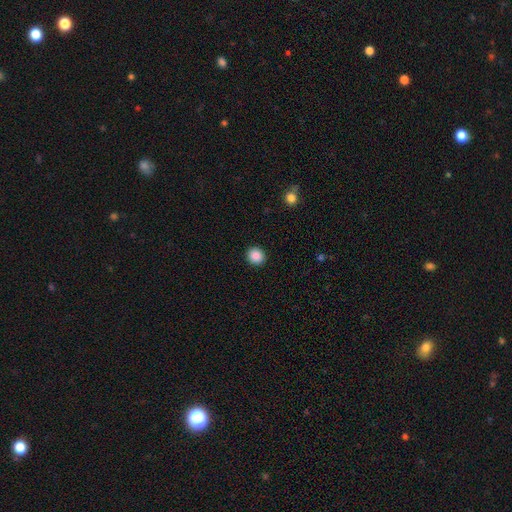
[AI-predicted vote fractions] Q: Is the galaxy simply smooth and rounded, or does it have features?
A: smooth — 87%.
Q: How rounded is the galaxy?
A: round — 90%.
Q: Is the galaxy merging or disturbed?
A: none — 93%.